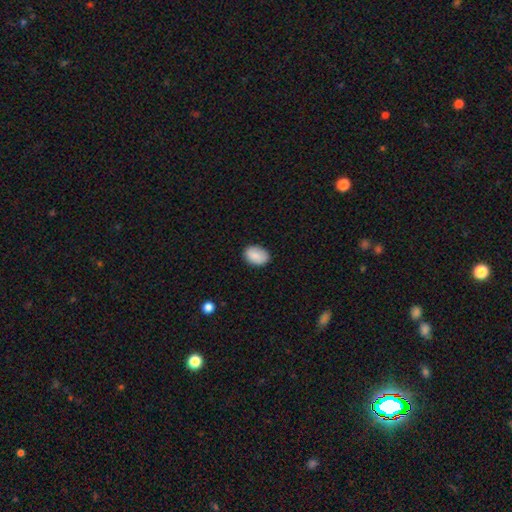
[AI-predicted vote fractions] Q: Smooth or featured?
A: smooth (87%); runner-up: star or artifact (7%)
Q: How rounded?
A: in between (82%); runner-up: round (17%)
Q: Merging?
A: none (83%); runner-up: minor disturbance (13%)